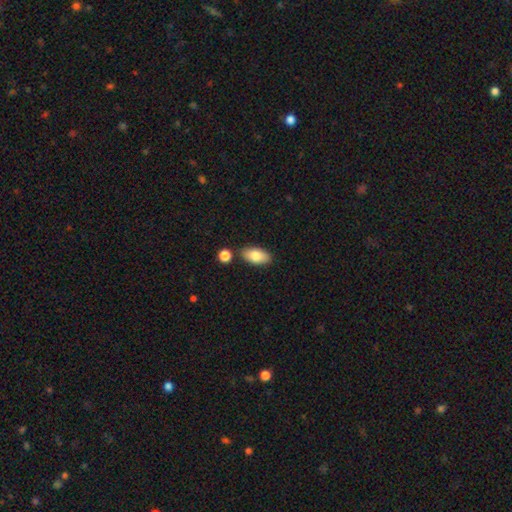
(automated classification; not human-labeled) smooth-or-featured: smooth: 82% | featured or disk: 12% | star or artifact: 7%
  how-rounded: in between: 92% | cigar-shaped: 5% | round: 4%
  merging: none: 80% | minor disturbance: 11% | merger: 7% | major disturbance: 2%